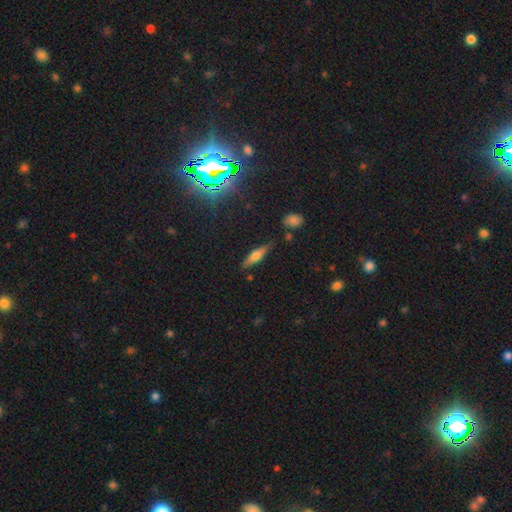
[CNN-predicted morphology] A featured or disk galaxy (49%).

Vote fractions:
- Smooth or featured? featured or disk: 49% / smooth: 42% / star or artifact: 9%
- Merging? none: 83% / minor disturbance: 12% / merger: 3% / major disturbance: 3%